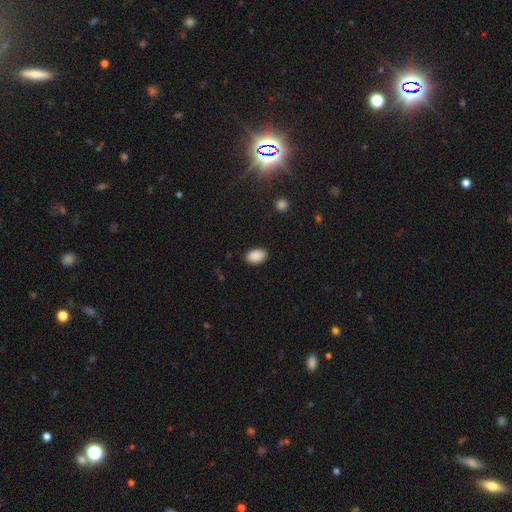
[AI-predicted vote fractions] Q: Smooth or featured?
A: smooth (90%); runner-up: star or artifact (7%)
Q: How rounded?
A: in between (89%); runner-up: round (10%)
Q: Merging?
A: none (88%); runner-up: minor disturbance (9%)